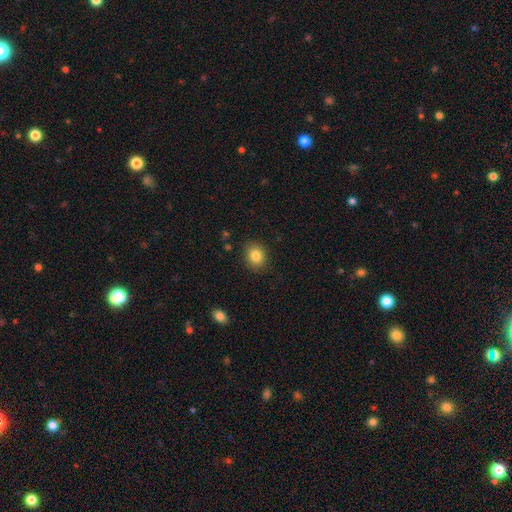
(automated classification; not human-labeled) smooth 84%, star or artifact 9%, featured or disk 6%. Down the decision tree: how rounded — round (66%); merging — none (86%).